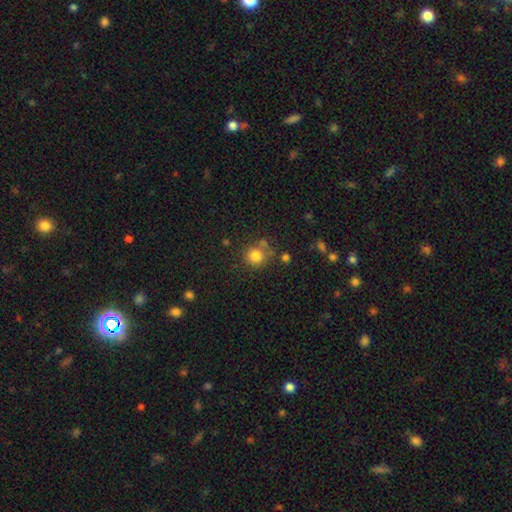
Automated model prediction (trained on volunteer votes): Q: Smooth or featured?
A: smooth (81%); runner-up: star or artifact (12%)
Q: How rounded?
A: round (89%); runner-up: in between (10%)
Q: Merging?
A: none (67%); runner-up: minor disturbance (15%)